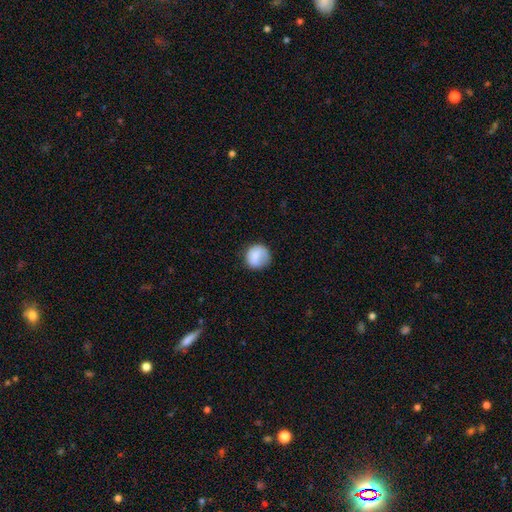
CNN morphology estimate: The model was most divided on "merging": none: 75%, minor disturbance: 18%, major disturbance: 6%, merger: 1%. More confident: how rounded — round (90%); smooth or featured — smooth (83%).